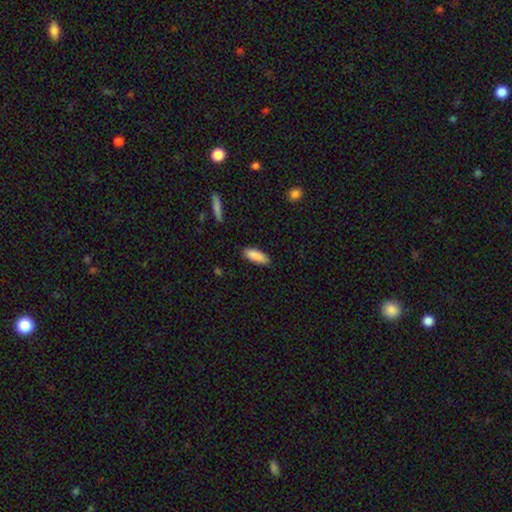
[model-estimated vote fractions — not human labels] smooth 89%, star or artifact 6%, featured or disk 5%. Down the decision tree: how rounded — in between (69%); merging — none (86%).